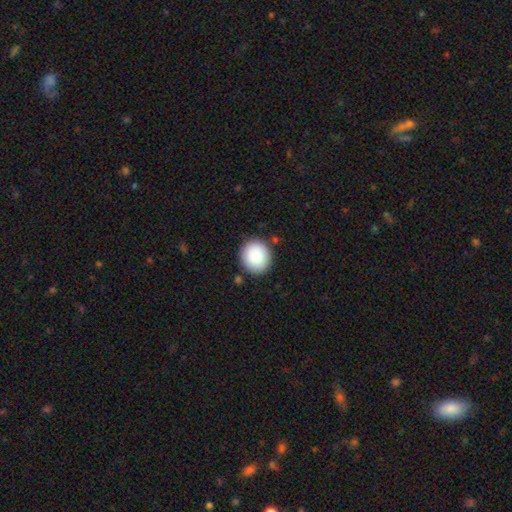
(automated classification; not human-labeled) Overall: smooth (89%). How rounded: round (86%). Merging: none (87%).